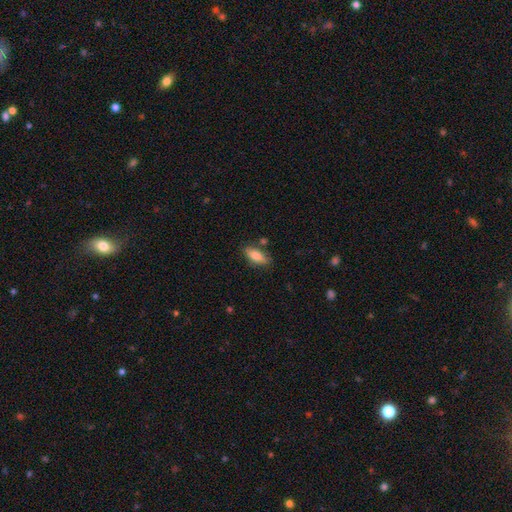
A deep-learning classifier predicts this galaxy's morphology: Overall: smooth (79%). How rounded: in between (73%). Merging: none (78%).